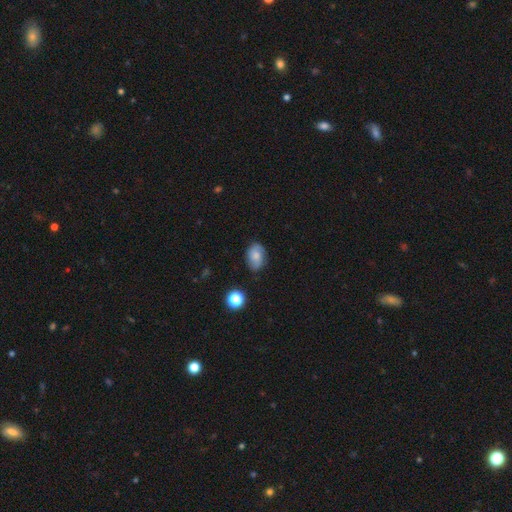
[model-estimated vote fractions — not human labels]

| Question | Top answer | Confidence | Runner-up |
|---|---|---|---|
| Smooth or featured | smooth | 70% | featured or disk (20%) |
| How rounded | in between | 79% | round (20%) |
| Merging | none | 77% | minor disturbance (18%) |